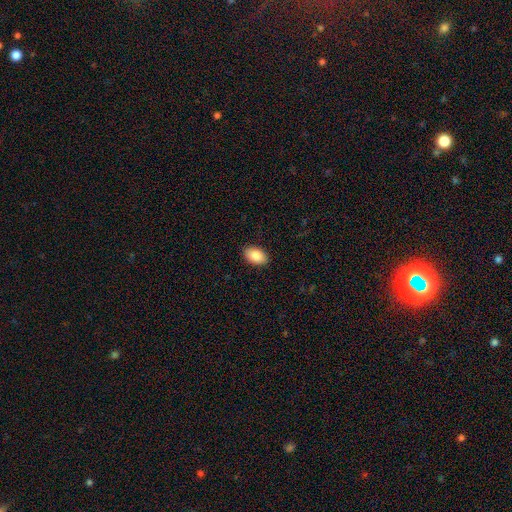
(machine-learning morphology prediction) The model was most divided on "smooth or featured": smooth: 87%, star or artifact: 7%, featured or disk: 6%. More confident: how rounded — in between (92%); merging — none (90%).